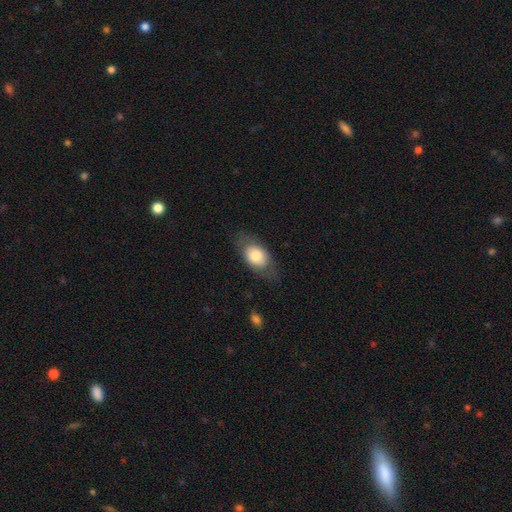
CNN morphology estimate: smooth_or_featured: smooth (p=0.70) [alt: featured or disk p=0.24]
how_rounded: in between (p=0.84) [alt: round p=0.13]
merging: none (p=0.74) [alt: minor disturbance p=0.17]